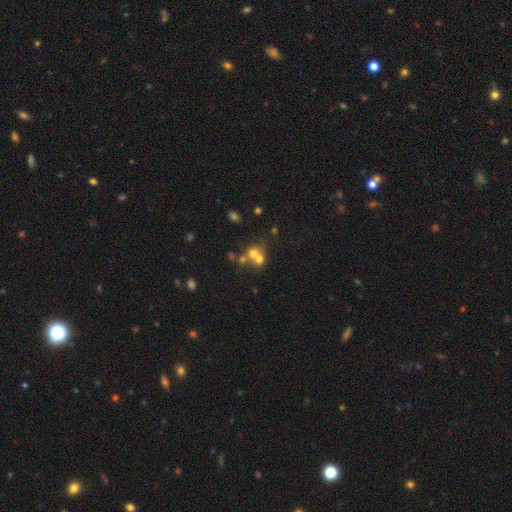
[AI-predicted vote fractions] Smooth or featured? smooth (60%)
How rounded? round (78%)
Merging? merger (58%)